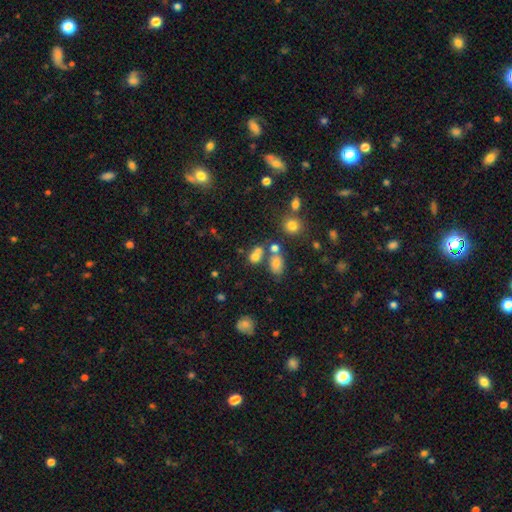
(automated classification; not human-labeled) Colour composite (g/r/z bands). It shows a smooth galaxy with no disk features (67%) that is in between round and cigar-shaped (50%). Merging: none (45%).